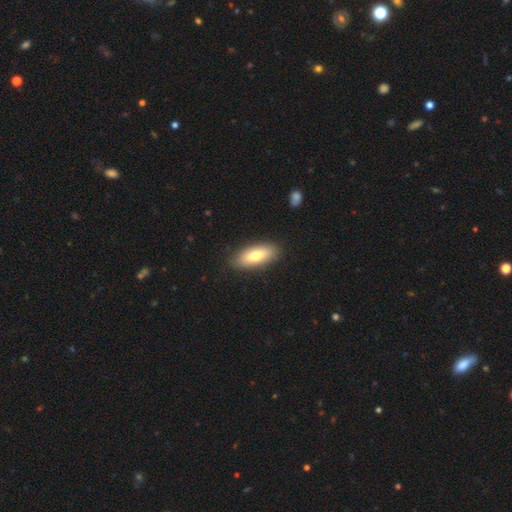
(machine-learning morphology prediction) Smooth or featured? Predicted: smooth (p=0.72). How rounded? Predicted: in between (p=0.75). Merging? Predicted: none (p=0.87).